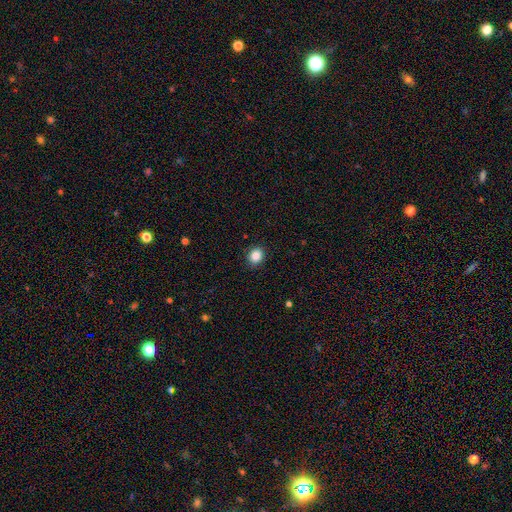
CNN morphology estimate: smooth 86%, star or artifact 10%, featured or disk 4%. Down the decision tree: how rounded — round (68%); merging — none (90%).